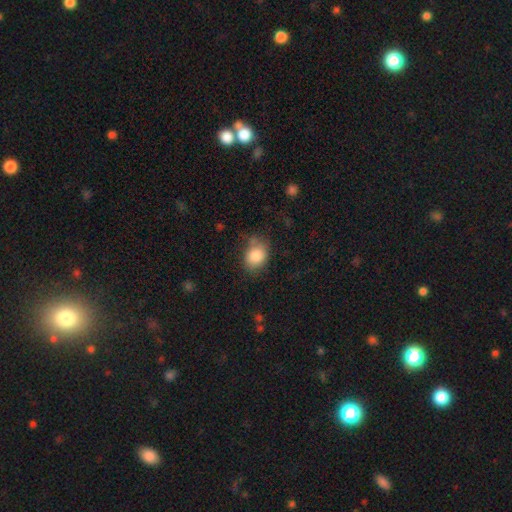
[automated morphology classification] Smooth or featured?
  - smooth: 86% *
  - star or artifact: 8%
  - featured or disk: 6%
How rounded?
  - in between: 58% *
  - round: 41%
  - cigar-shaped: 1%
Merging?
  - none: 61% *
  - minor disturbance: 26%
  - major disturbance: 9%
  - merger: 5%